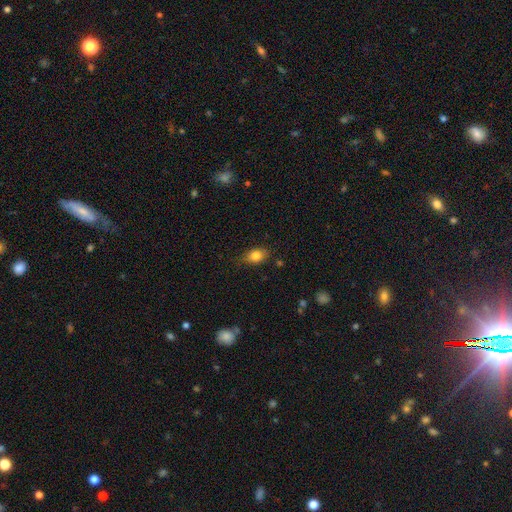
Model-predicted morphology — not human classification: smooth-or-featured: smooth: 82% | star or artifact: 9% | featured or disk: 8%
  how-rounded: in between: 72% | round: 26% | cigar-shaped: 2%
  merging: none: 79% | minor disturbance: 17% | major disturbance: 3% | merger: 1%